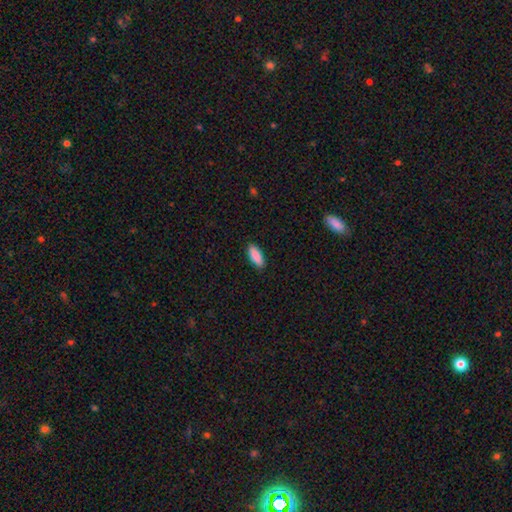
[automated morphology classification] Smooth or featured: smooth — 90% (star or artifact — 6%)
How rounded: in between — 71% (cigar-shaped — 27%)
Merging: none — 90% (minor disturbance — 8%)